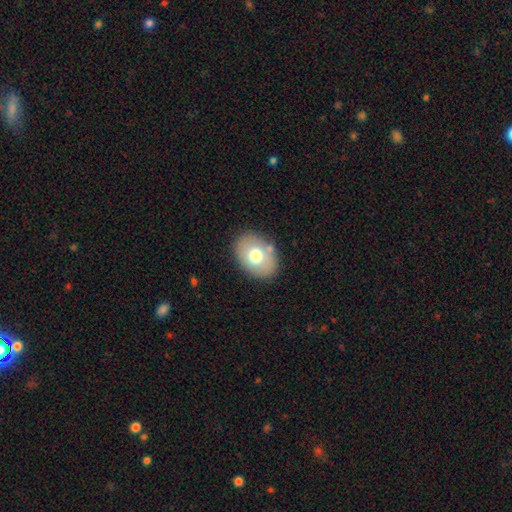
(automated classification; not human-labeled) smooth-or-featured: smooth: 70% | featured or disk: 22% | star or artifact: 8%
  how-rounded: in between: 78% | round: 21% | cigar-shaped: 1%
  merging: none: 82% | minor disturbance: 11% | merger: 4% | major disturbance: 3%